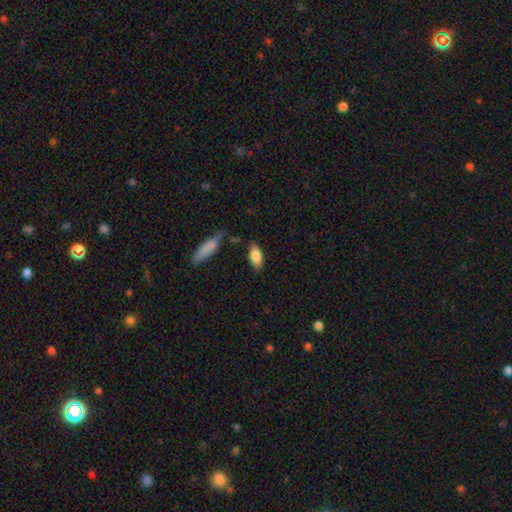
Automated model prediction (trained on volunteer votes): Overall: smooth (79%). How rounded: in between (82%). Merging: none (78%).